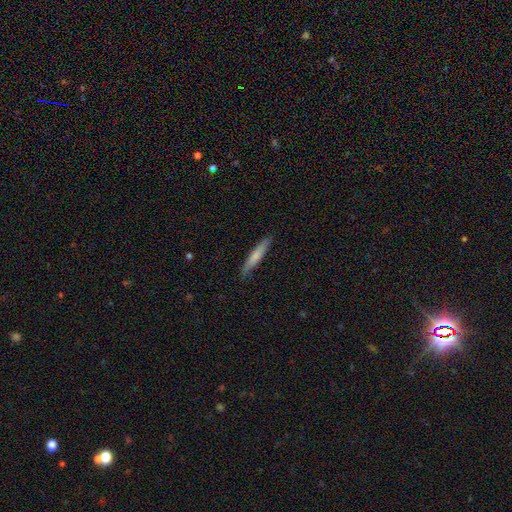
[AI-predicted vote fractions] This is likely a smooth galaxy (69%). How rounded: clearly cigar-shaped (93%). Merging: clearly none (87%).